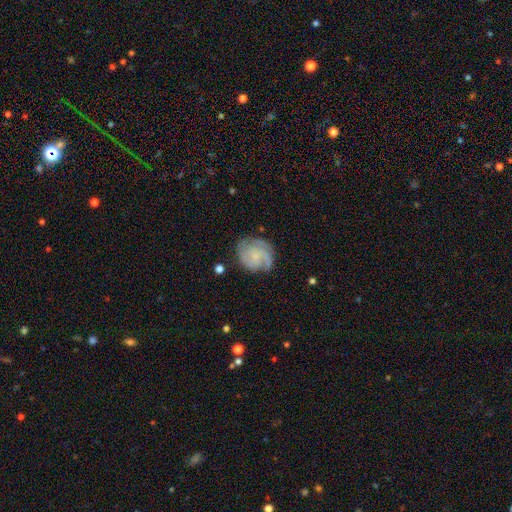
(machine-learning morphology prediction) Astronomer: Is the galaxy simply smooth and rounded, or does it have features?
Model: featured or disk — 79%.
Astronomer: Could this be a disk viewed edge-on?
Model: no — 98%.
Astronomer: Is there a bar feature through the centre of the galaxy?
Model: no — 70%.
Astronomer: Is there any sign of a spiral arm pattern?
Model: yes — 96%.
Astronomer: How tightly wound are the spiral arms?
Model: tight — 55% (runner-up: medium, 36%).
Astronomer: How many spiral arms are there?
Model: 3 — 34% (runner-up: 2, 30%).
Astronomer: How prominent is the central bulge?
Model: small — 69%.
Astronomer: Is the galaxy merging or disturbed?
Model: none — 74%.